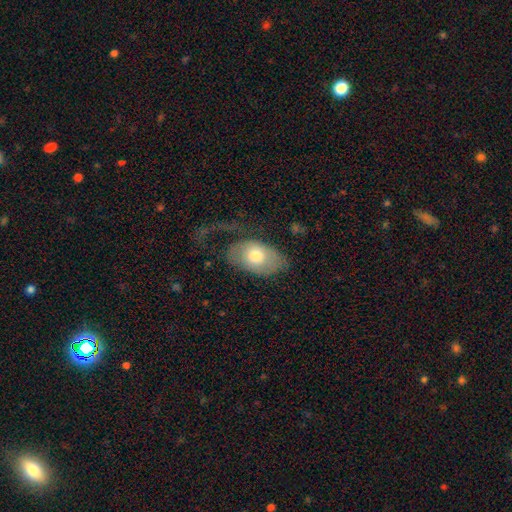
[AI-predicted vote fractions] This is likely a smooth galaxy (68%). How rounded: clearly in between (90%). Merging: marginally none (41%).